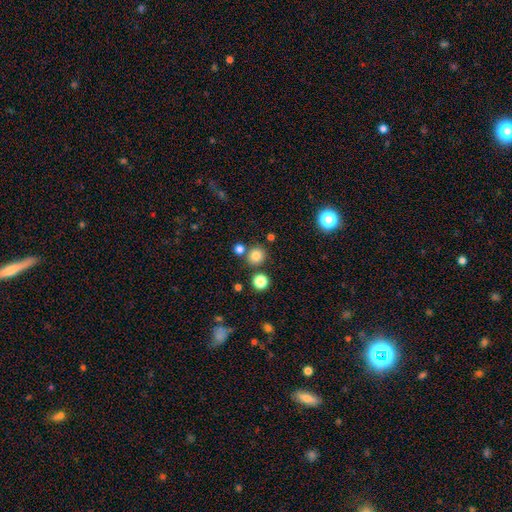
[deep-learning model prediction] smooth-or-featured: smooth: 81% | star or artifact: 14% | featured or disk: 5%
  how-rounded: round: 91% | in between: 9% | cigar-shaped: 1%
  merging: none: 79% | merger: 11% | minor disturbance: 8% | major disturbance: 3%